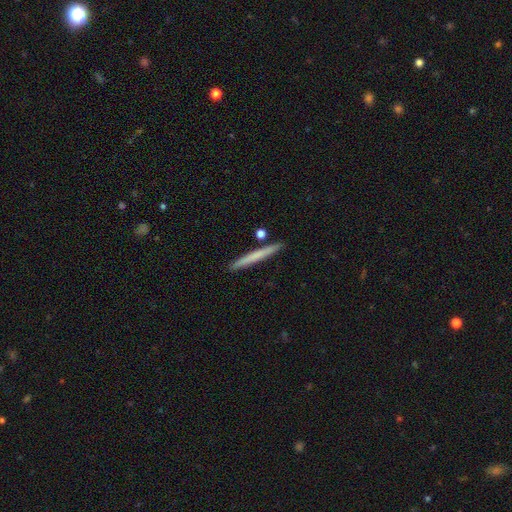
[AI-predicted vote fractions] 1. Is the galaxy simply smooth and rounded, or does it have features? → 63% smooth, 31% featured or disk, 6% star or artifact.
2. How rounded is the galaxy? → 97% cigar-shaped, 2% in between, 1% round.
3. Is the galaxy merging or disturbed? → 89% none, 7% minor disturbance, 3% merger, 1% major disturbance.